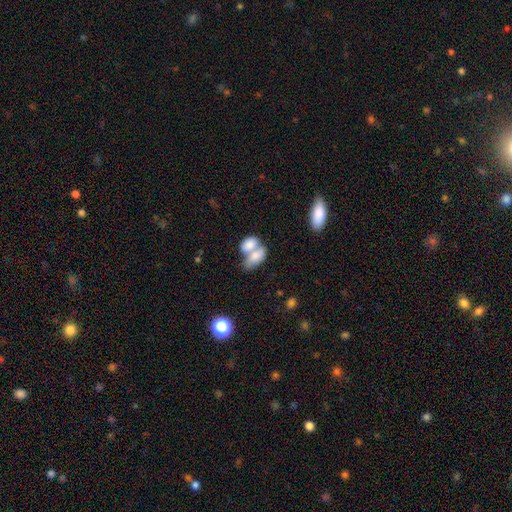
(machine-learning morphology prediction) This is likely a smooth galaxy (78%). How rounded: clearly in between (90%). Merging: likely merger (72%).